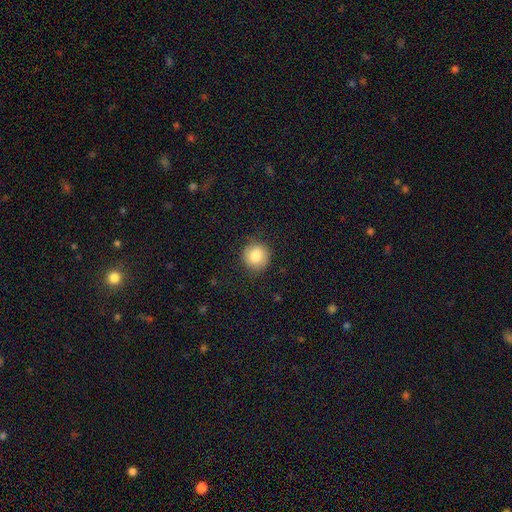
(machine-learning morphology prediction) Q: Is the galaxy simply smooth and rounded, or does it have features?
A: smooth — 86%.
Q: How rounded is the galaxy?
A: round — 91%.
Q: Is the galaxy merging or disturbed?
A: none — 86%.